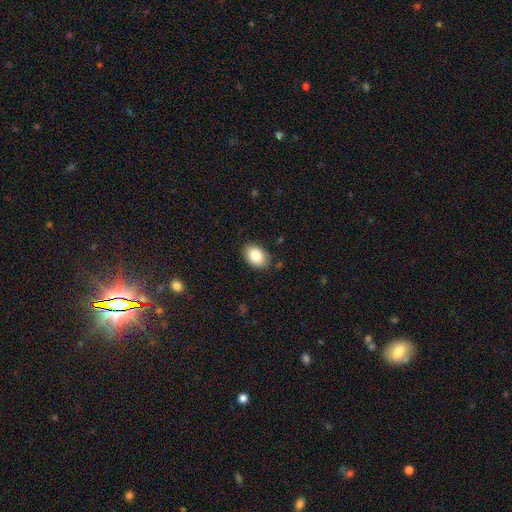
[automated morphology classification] Q: Smooth or featured?
A: smooth (85%); runner-up: star or artifact (8%)
Q: How rounded?
A: in between (83%); runner-up: round (16%)
Q: Merging?
A: none (86%); runner-up: minor disturbance (11%)